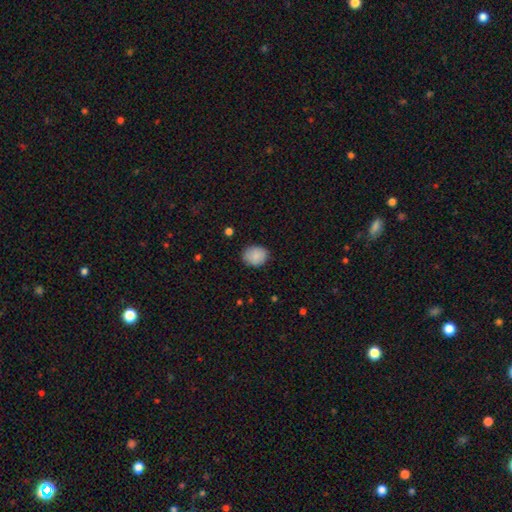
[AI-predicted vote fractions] Smooth or featured?
  - smooth: 88% *
  - star or artifact: 8%
  - featured or disk: 5%
How rounded?
  - round: 62% *
  - in between: 37%
  - cigar-shaped: 1%
Merging?
  - none: 83% *
  - minor disturbance: 13%
  - major disturbance: 3%
  - merger: 1%